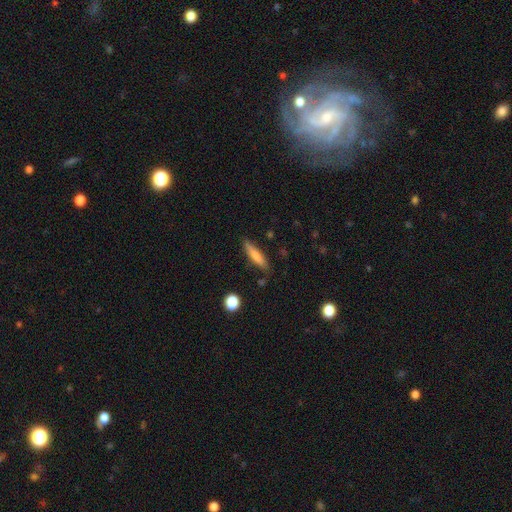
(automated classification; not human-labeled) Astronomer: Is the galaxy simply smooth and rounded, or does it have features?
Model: smooth — 72%.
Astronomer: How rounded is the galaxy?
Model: cigar-shaped — 84%.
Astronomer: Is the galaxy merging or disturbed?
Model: none — 82%.